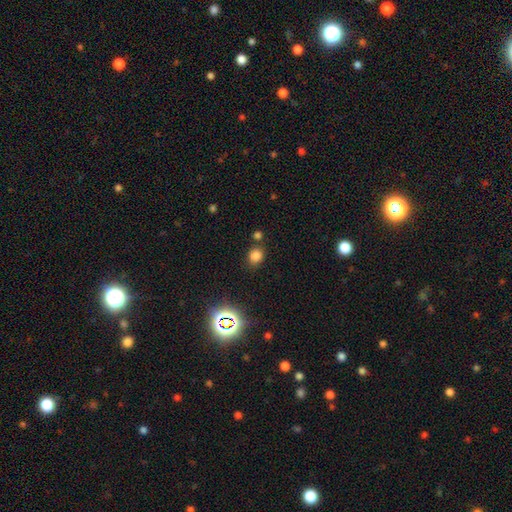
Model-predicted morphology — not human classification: A smooth galaxy with no disk features (77%) that is round (62%).

Vote fractions:
- Smooth or featured? smooth: 77% / star or artifact: 18% / featured or disk: 5%
- How rounded? round: 62% / in between: 37% / cigar-shaped: 1%
- Merging? none: 76% / minor disturbance: 12% / merger: 9% / major disturbance: 4%